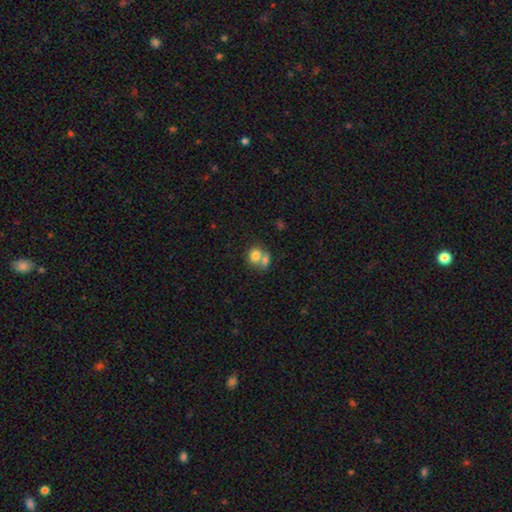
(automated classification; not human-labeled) Smooth or featured? Predicted: smooth (p=0.78). How rounded? Predicted: round (p=0.57). Merging? Predicted: merger (p=0.55).